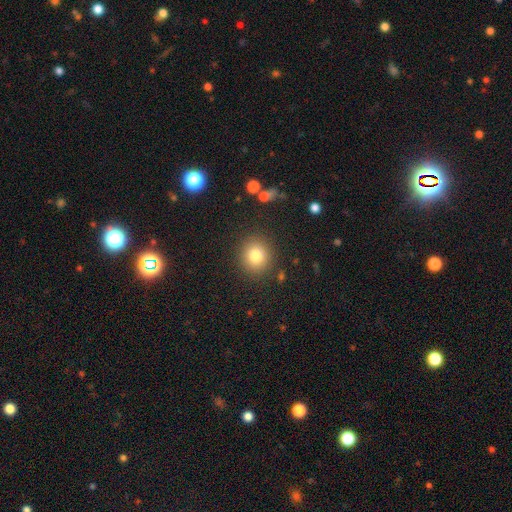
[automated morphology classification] Smooth or featured? Predicted: smooth (p=0.80). How rounded? Predicted: round (p=0.86). Merging? Predicted: none (p=0.88).